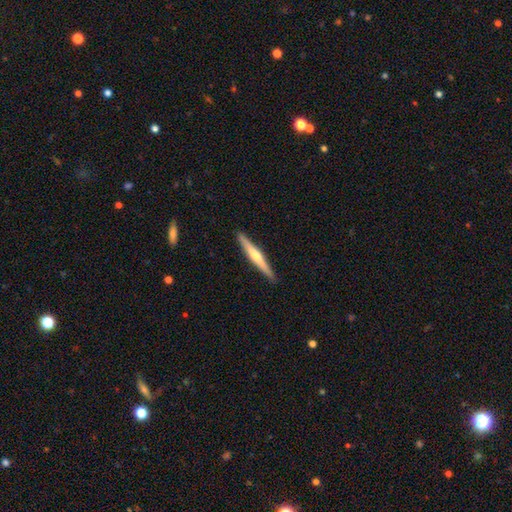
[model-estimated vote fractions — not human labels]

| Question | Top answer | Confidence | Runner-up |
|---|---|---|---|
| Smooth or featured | featured or disk | 60% | smooth (35%) |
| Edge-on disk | yes | 97% | no (3%) |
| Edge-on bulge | rounded | 78% | none (16%) |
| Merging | none | 91% | minor disturbance (6%) |